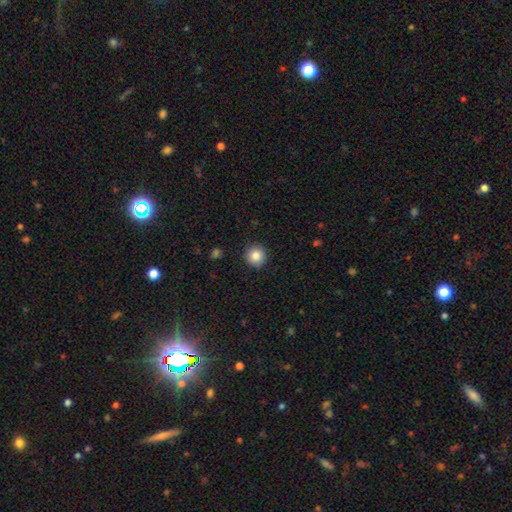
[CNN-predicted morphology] Smooth or featured? smooth (85%)
How rounded? round (94%)
Merging? none (91%)